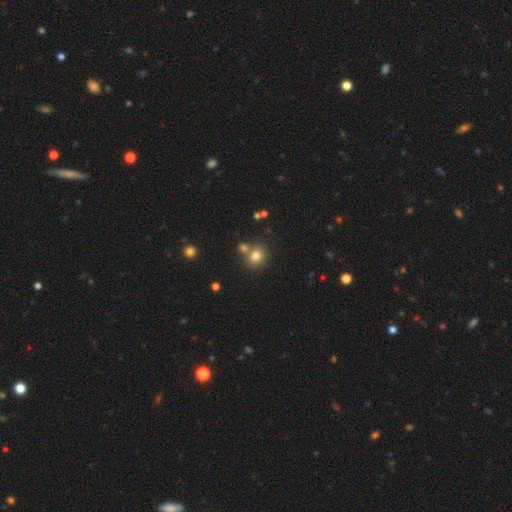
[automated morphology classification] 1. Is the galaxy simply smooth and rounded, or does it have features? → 78% smooth, 13% star or artifact, 8% featured or disk.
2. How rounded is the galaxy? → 81% round, 18% in between, 1% cigar-shaped.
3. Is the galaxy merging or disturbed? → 65% none, 22% merger, 10% minor disturbance, 3% major disturbance.